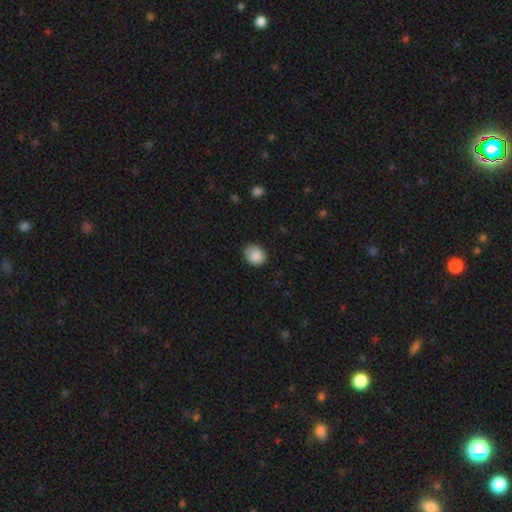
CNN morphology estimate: type=smooth (87%); roundness=round (62%); merging=none (71%).